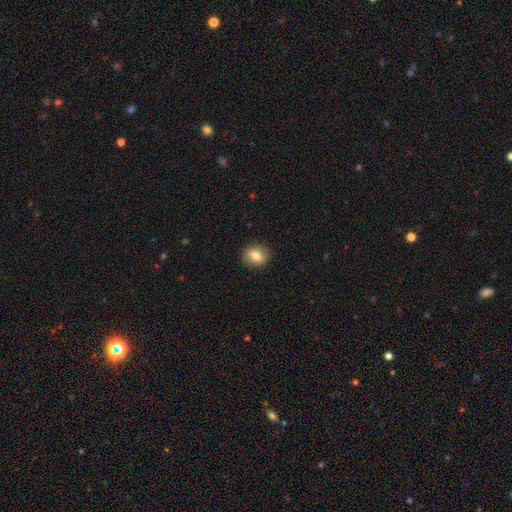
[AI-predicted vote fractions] Smooth or featured: smooth — 79% (featured or disk — 11%)
How rounded: round — 73% (in between — 26%)
Merging: none — 89% (minor disturbance — 8%)